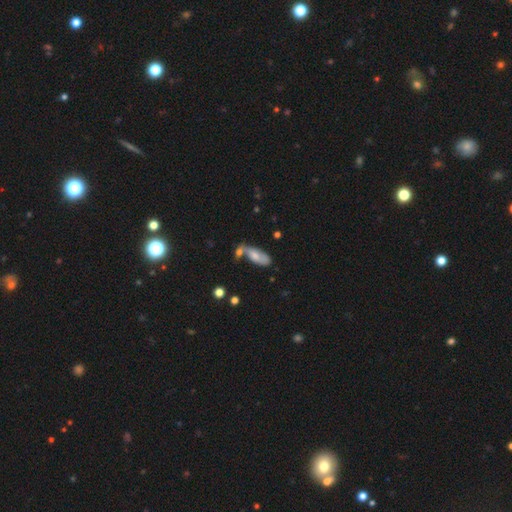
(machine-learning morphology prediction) This appears to be a smooth galaxy with no disk features (62%) that is in between round and cigar-shaped (74%). Merging: merger (43%).